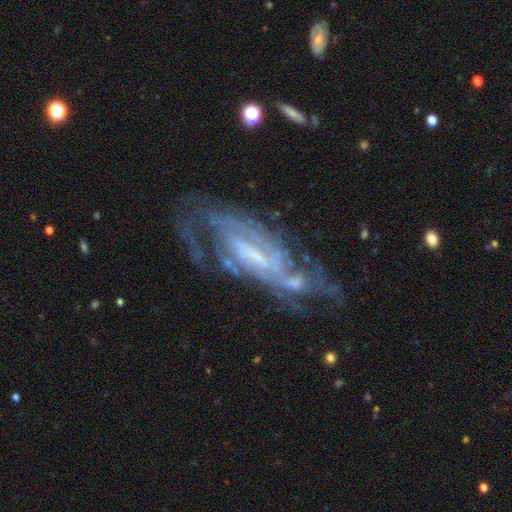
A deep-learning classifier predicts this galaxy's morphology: type=featured or disk (83%); edge-on=no (88%); bar=weak (41%); spiral arms=yes (89%); winding=tight (47%); arm count=can't tell (39%); bulge=small (45%); merging=none (52%).